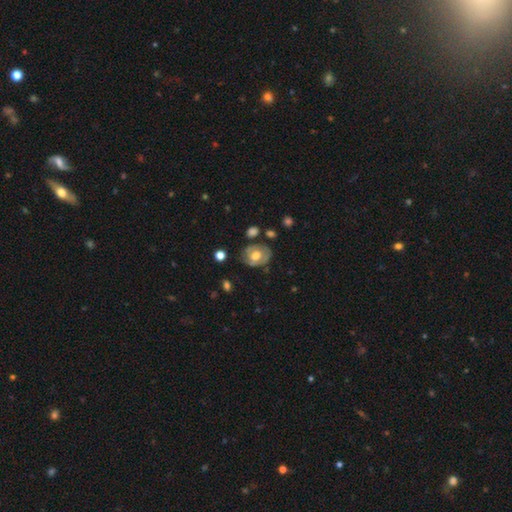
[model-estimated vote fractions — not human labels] This appears to be a featured or disk galaxy (54%) with no bar (73%), no spiral arms (54%) and a moderate central bulge (68%). Merging: none (64%).